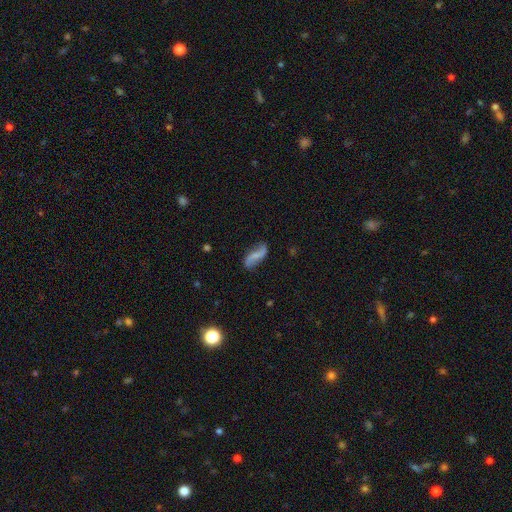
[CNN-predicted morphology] A featured or disk galaxy (65%) with no bar (39%), 2 (92%) loose (86%) spiral arms (91%) and no central bulge (50%). Merging: none (74%).